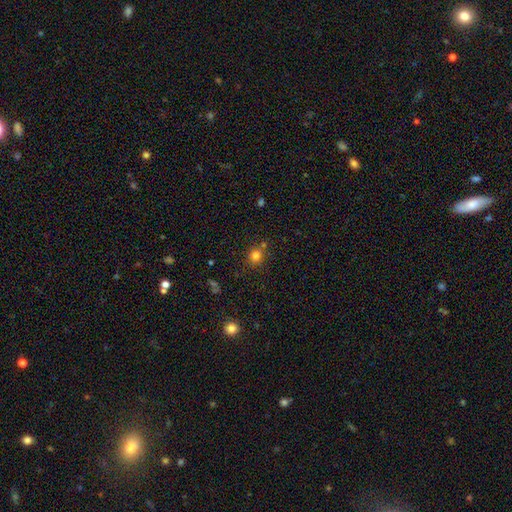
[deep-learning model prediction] A smooth galaxy with no disk features (79%) that is round (86%). Merging: none (74%).